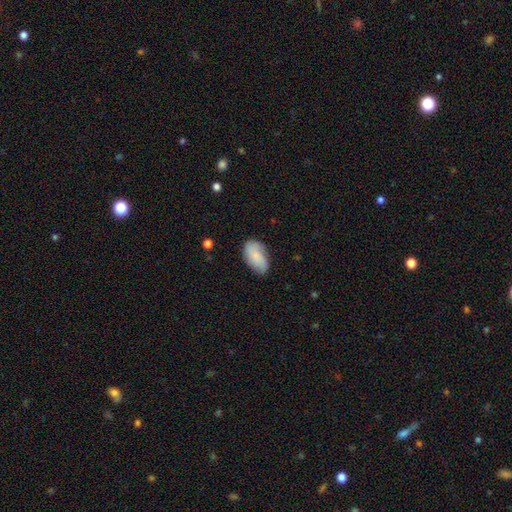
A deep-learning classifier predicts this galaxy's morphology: smooth-or-featured: smooth: 67% | featured or disk: 25% | star or artifact: 7%
  how-rounded: in between: 93% | round: 5% | cigar-shaped: 2%
  merging: none: 70% | minor disturbance: 23% | major disturbance: 6% | merger: 1%